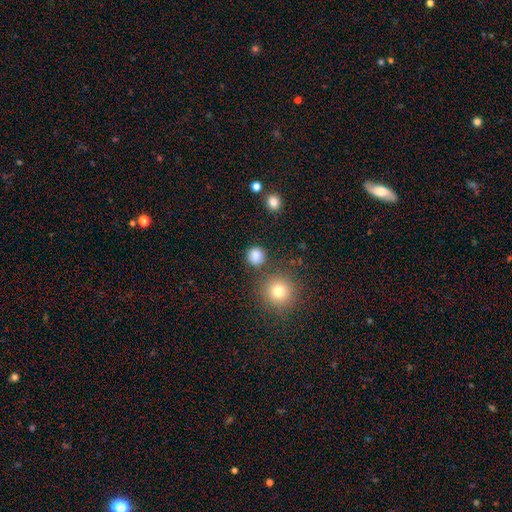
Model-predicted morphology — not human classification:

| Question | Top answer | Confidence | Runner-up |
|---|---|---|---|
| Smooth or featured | smooth | 83% | star or artifact (12%) |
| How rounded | round | 91% | in between (8%) |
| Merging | none | 82% | minor disturbance (9%) |